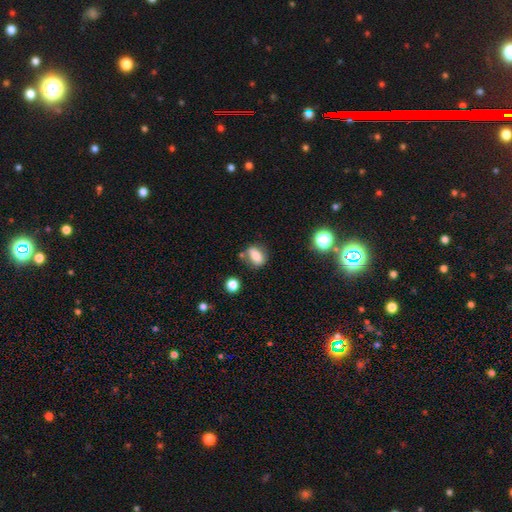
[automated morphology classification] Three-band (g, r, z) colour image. It shows a smooth galaxy with no disk features (75%) that is in between round and cigar-shaped (72%). Merging: none (65%).